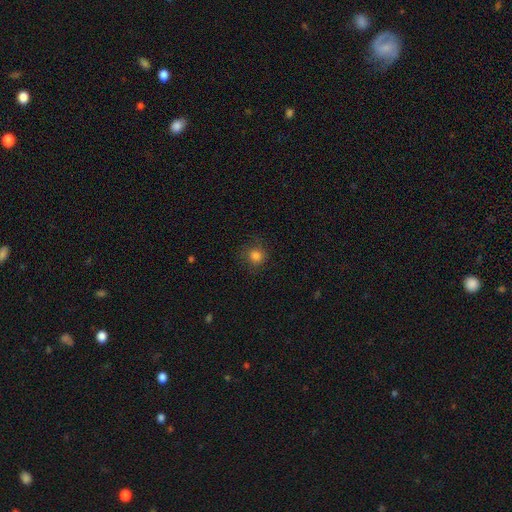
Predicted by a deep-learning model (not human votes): Q: Smooth or featured?
A: smooth (82%); runner-up: star or artifact (12%)
Q: How rounded?
A: round (86%); runner-up: in between (13%)
Q: Merging?
A: none (81%); runner-up: minor disturbance (13%)